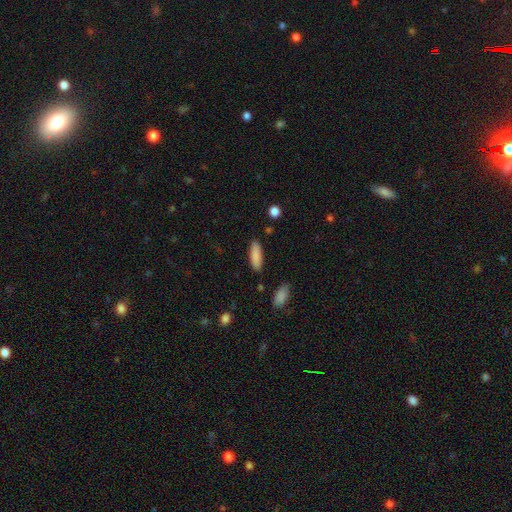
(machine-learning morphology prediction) Q: Smooth or featured?
A: smooth (88%); runner-up: star or artifact (6%)
Q: How rounded?
A: cigar-shaped (49%); tied with: in between (49%)
Q: Merging?
A: none (87%); runner-up: minor disturbance (9%)